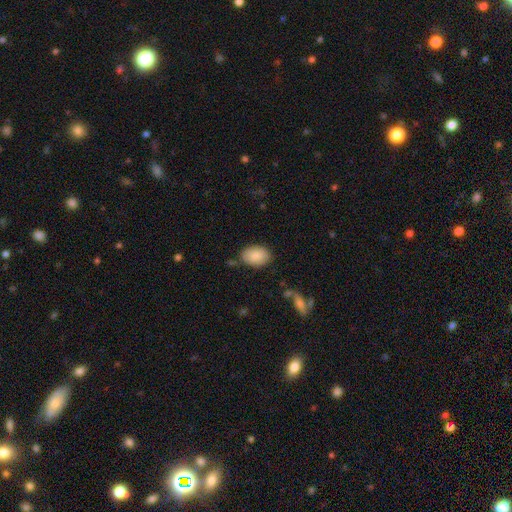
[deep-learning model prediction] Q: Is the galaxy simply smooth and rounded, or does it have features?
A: smooth — 87%.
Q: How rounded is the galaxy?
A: in between — 88%.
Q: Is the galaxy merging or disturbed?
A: none — 78%.